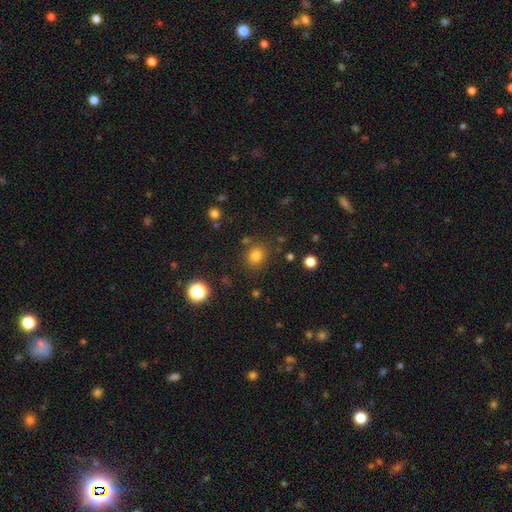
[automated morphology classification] Smooth or featured?
  - smooth: 79% *
  - star or artifact: 15%
  - featured or disk: 6%
How rounded?
  - round: 78% *
  - in between: 21%
  - cigar-shaped: 1%
Merging?
  - none: 83% *
  - minor disturbance: 9%
  - merger: 5%
  - major disturbance: 3%